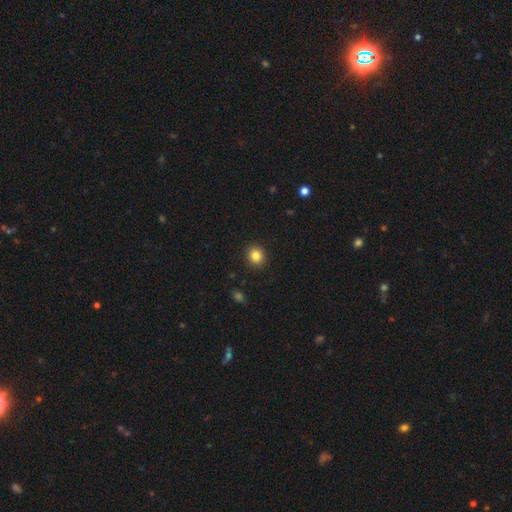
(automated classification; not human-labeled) Smooth or featured? smooth (85%)
How rounded? round (82%)
Merging? none (91%)